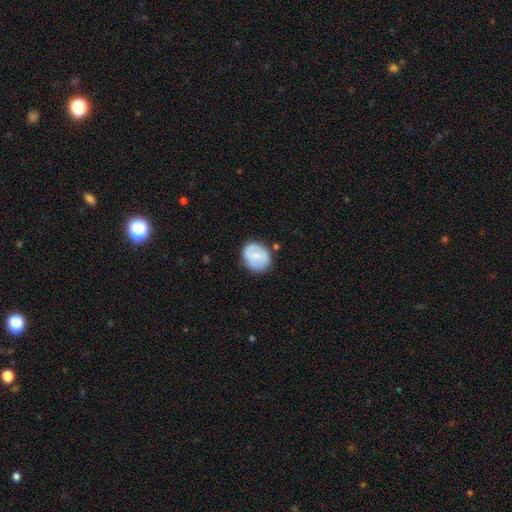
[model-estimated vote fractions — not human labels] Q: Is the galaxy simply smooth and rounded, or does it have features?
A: smooth — 66%.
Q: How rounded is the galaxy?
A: round — 66%.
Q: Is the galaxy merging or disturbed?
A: none — 77%.